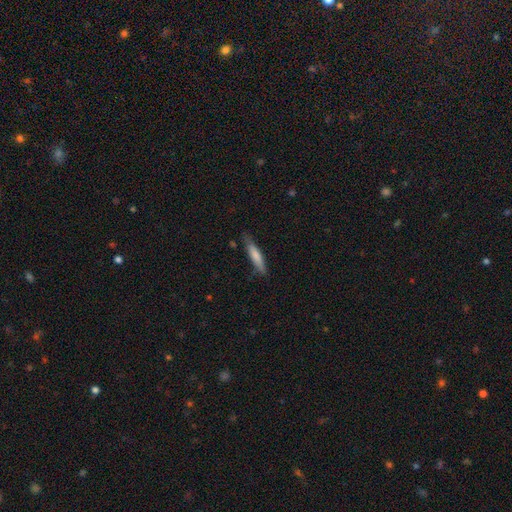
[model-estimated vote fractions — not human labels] smooth_or_featured: smooth (p=0.72) [alt: featured or disk p=0.23]
how_rounded: cigar-shaped (p=0.87) [alt: in between p=0.11]
merging: none (p=0.78) [alt: minor disturbance p=0.17]